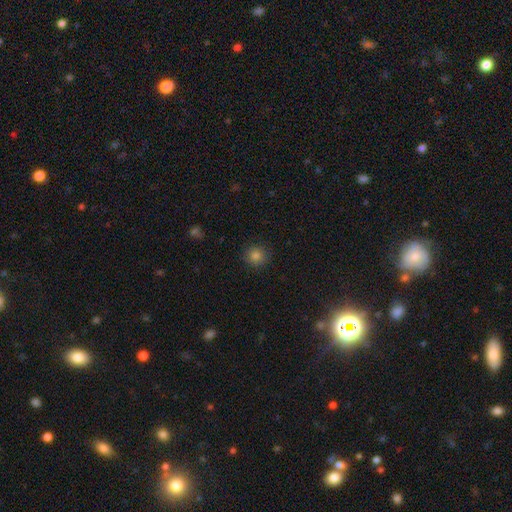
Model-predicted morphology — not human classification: Smooth or featured: smooth — 81% (star or artifact — 13%)
How rounded: round — 91% (in between — 8%)
Merging: none — 90% (minor disturbance — 7%)